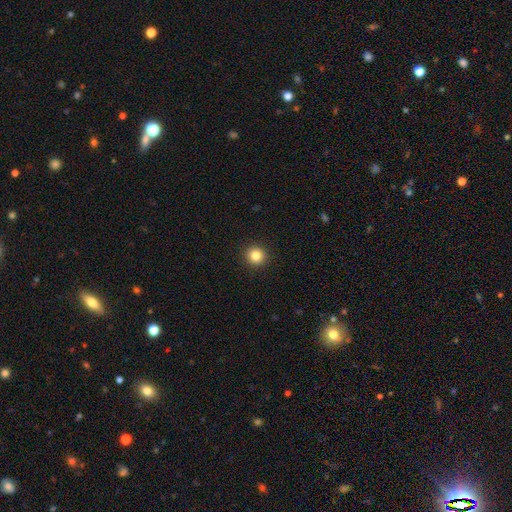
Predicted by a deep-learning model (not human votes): Smooth or featured? Predicted: smooth (p=0.84). How rounded? Predicted: round (p=0.93). Merging? Predicted: none (p=0.93).